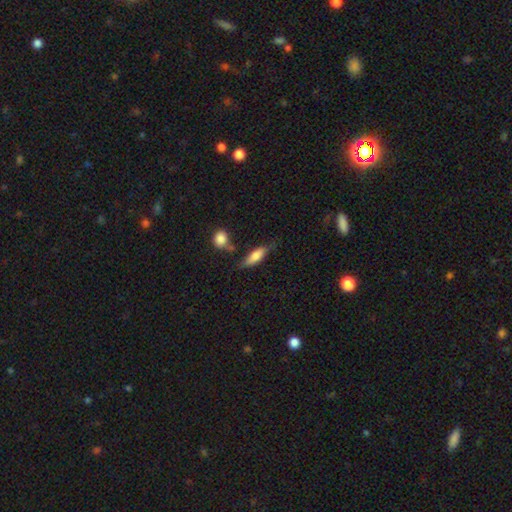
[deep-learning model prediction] Smooth or featured? Predicted: smooth (p=0.65). How rounded? Predicted: in between (p=0.53). Merging? Predicted: none (p=0.61).